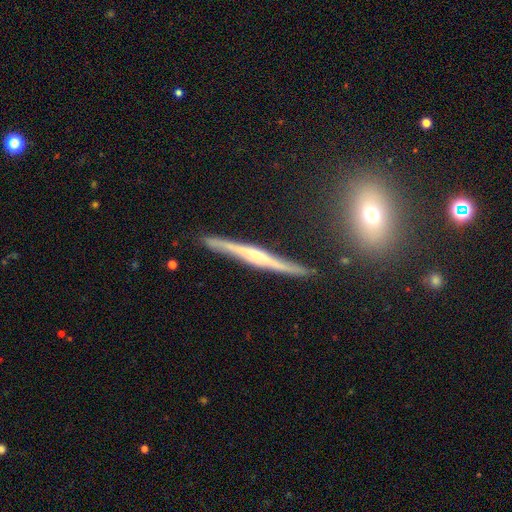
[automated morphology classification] A featured or disk galaxy (79%) viewed edge-on (96%) with a rounded central bulge (65%). Merging: none (85%).